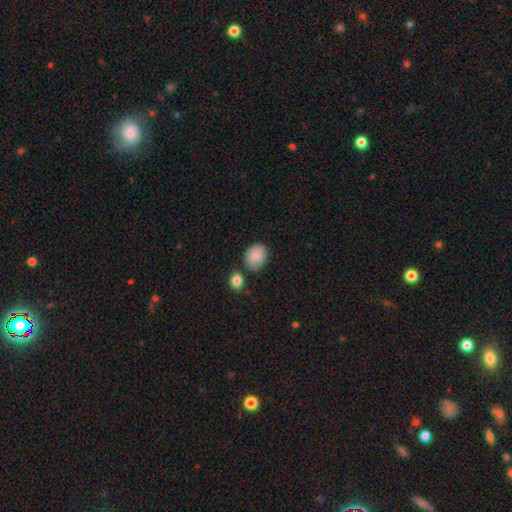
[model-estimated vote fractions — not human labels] smooth 86%, star or artifact 7%, featured or disk 7%. Down the decision tree: how rounded — round (54%); merging — none (75%).